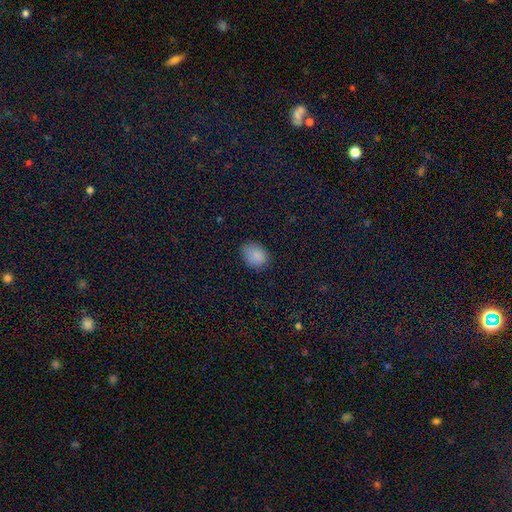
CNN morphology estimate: This appears to be a smooth galaxy with no disk features (86%) that is in between round and cigar-shaped (65%). Merging: none (77%).